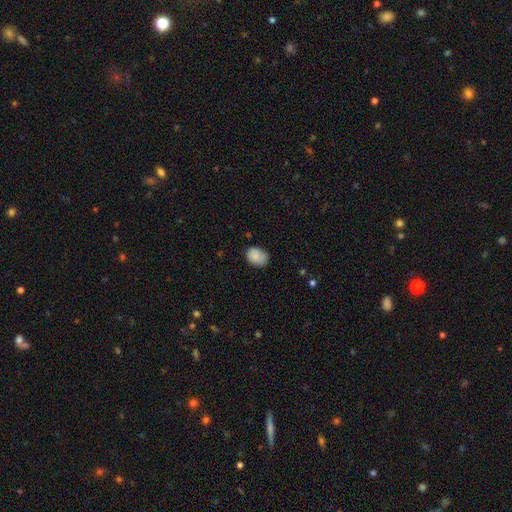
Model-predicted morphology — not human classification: Smooth or featured: smooth — 84% (featured or disk — 8%)
How rounded: in between — 66% (round — 33%)
Merging: none — 63% (minor disturbance — 29%)